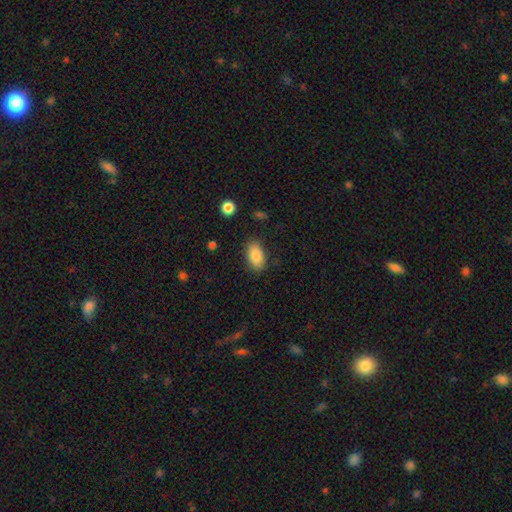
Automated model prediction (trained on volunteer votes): Overall: smooth (85%). How rounded: in between (91%). Merging: none (85%).